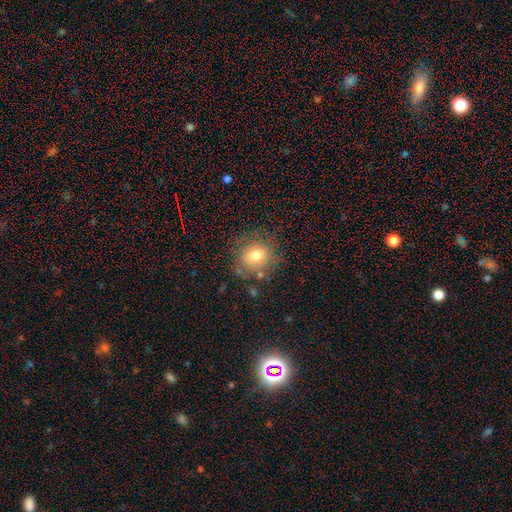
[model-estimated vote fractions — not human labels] Smooth or featured? Predicted: smooth (p=0.74). How rounded? Predicted: round (p=0.77). Merging? Predicted: none (p=0.74).